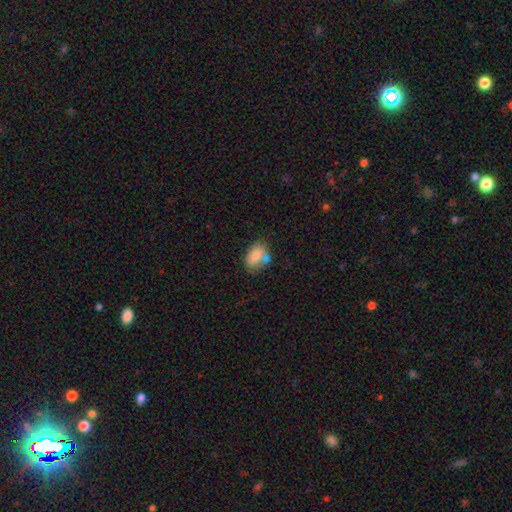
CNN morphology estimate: Q: Smooth or featured?
A: smooth (73%); runner-up: featured or disk (19%)
Q: How rounded?
A: in between (79%); runner-up: round (20%)
Q: Merging?
A: none (47%); runner-up: minor disturbance (25%)